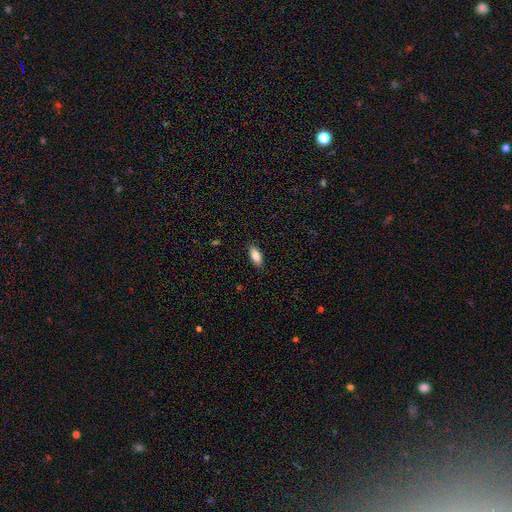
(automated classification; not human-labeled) smooth_or_featured: smooth (p=0.88) [alt: star or artifact p=0.07]
how_rounded: in between (p=0.87) [alt: cigar-shaped p=0.10]
merging: none (p=0.87) [alt: minor disturbance p=0.10]